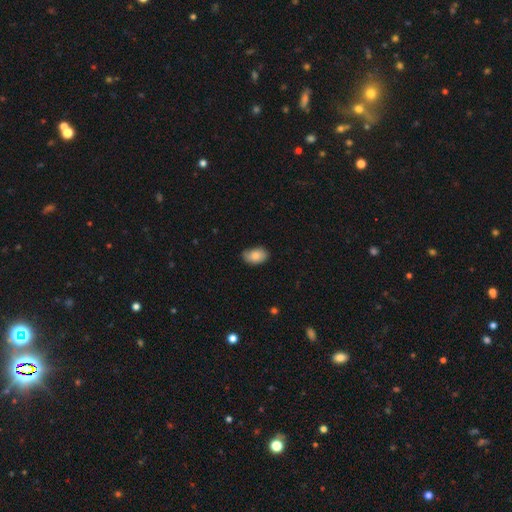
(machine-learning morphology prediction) Smooth or featured? smooth (85%)
How rounded? in between (90%)
Merging? none (75%)